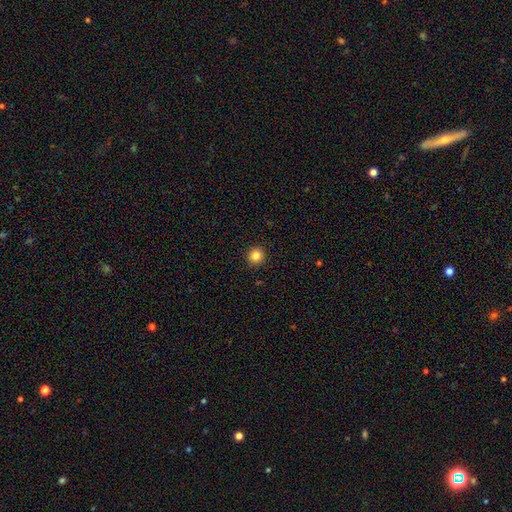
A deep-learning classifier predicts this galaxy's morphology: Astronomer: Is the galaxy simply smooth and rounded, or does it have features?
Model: smooth — 84%.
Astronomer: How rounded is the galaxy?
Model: round — 93%.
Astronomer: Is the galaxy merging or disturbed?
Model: none — 92%.